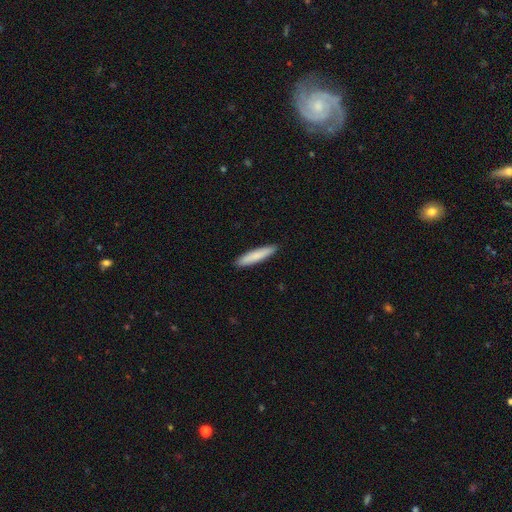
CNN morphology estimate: The model was most divided on "smooth or featured": smooth: 83%, featured or disk: 12%, star or artifact: 5%. More confident: merging — none (91%); how rounded — cigar-shaped (89%).